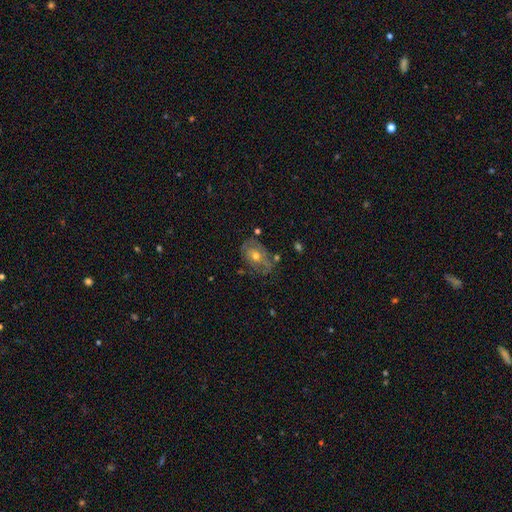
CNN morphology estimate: This is possibly a featured or disk galaxy (59%). It is clearly not viewed edge-on (94%). Bar: clearly no (81%). Spiral arm pattern: possibly no (51%). Central bulge: likely moderate (69%). Merging: likely none (63%).